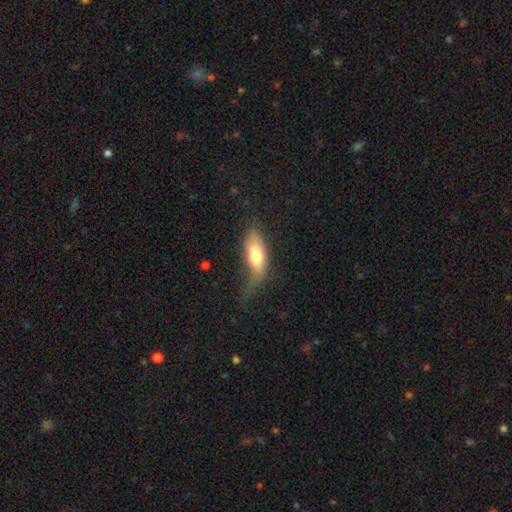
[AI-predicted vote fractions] Q: Smooth or featured?
A: smooth (69%); runner-up: featured or disk (24%)
Q: How rounded?
A: in between (75%); runner-up: cigar-shaped (22%)
Q: Merging?
A: none (42%); runner-up: minor disturbance (34%)